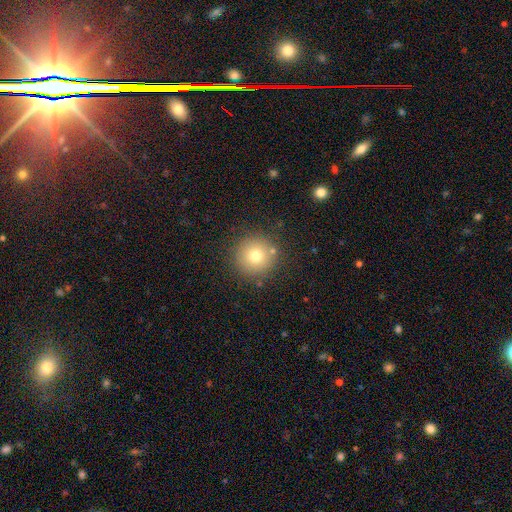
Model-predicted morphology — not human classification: A smooth galaxy with no disk features (75%) that is round (95%). Merging: none (86%).